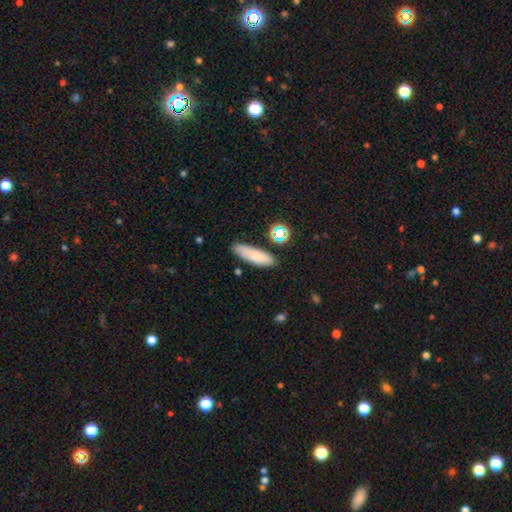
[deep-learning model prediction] smooth-or-featured: smooth: 76% | featured or disk: 13% | star or artifact: 10%
  how-rounded: cigar-shaped: 49% | in between: 47% | round: 3%
  merging: none: 78% | minor disturbance: 14% | merger: 5% | major disturbance: 4%